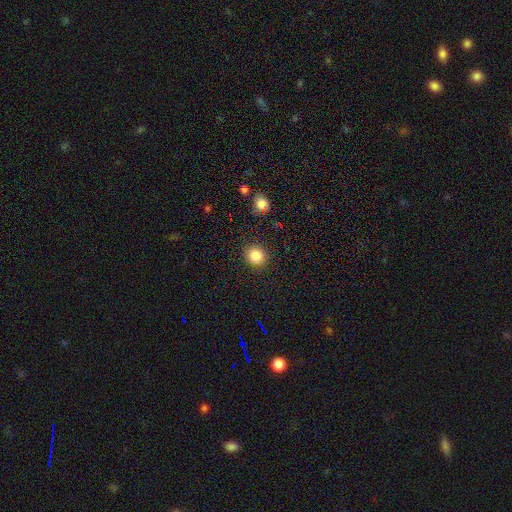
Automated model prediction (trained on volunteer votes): A smooth galaxy with no disk features (83%) that is round (86%).

Vote fractions:
- Smooth or featured? smooth: 83% / star or artifact: 12% / featured or disk: 5%
- How rounded? round: 86% / in between: 13% / cigar-shaped: 1%
- Merging? none: 90% / minor disturbance: 6% / major disturbance: 2% / merger: 2%